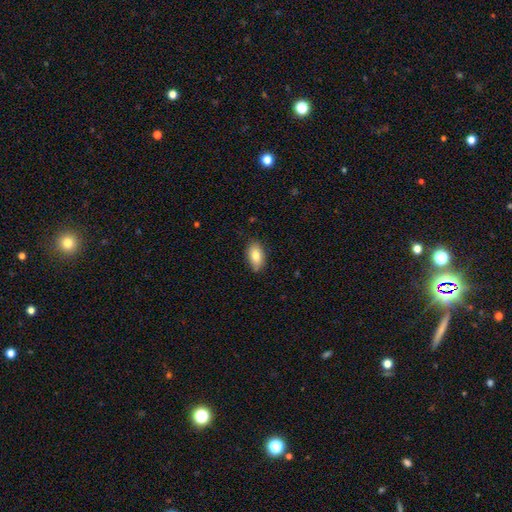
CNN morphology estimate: smooth 79%, featured or disk 13%, star or artifact 8%. Down the decision tree: how rounded — in between (89%); merging — none (76%).